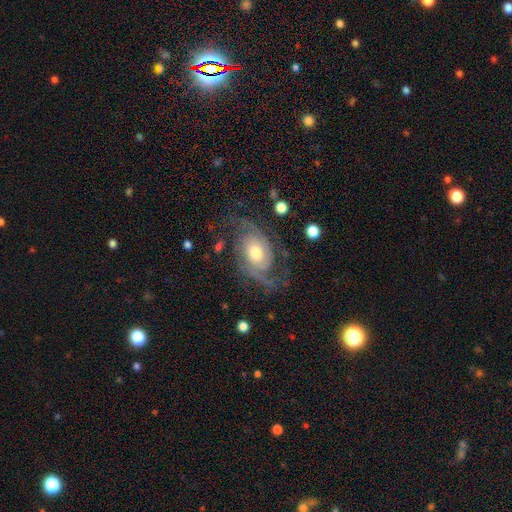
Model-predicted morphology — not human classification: The model was most divided on "spiral winding": medium: 46%, tight: 34%, loose: 21%. More confident: edge-on disk — no (96%); spiral arms — yes (95%); smooth or featured — featured or disk (81%); merging — none (73%); spiral arm count — 2 (72%); bar — no (68%); bulge size — moderate (65%).